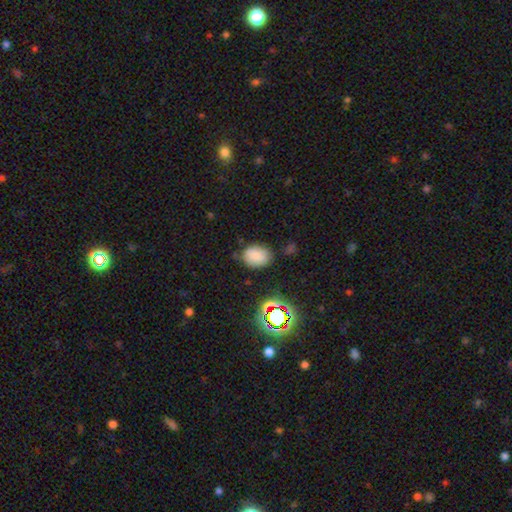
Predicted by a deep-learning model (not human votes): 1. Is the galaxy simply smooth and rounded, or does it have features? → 80% smooth, 14% star or artifact, 6% featured or disk.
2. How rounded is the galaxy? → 66% in between, 33% round, 1% cigar-shaped.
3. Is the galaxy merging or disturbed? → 72% none, 20% minor disturbance, 5% major disturbance, 3% merger.